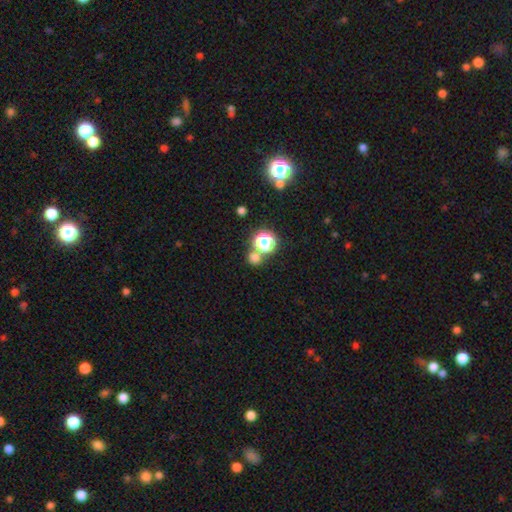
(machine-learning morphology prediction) Overall: star or artifact (49%; smooth 44%).